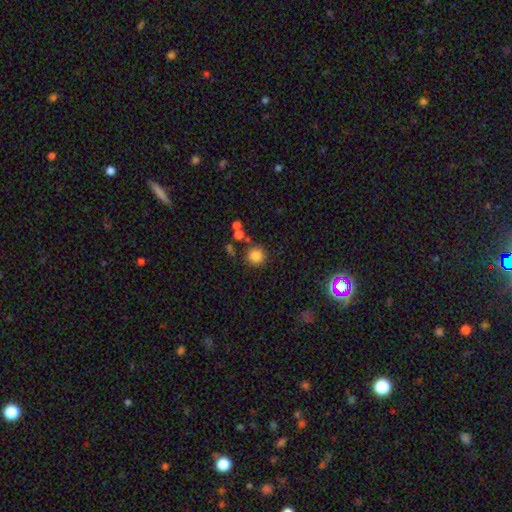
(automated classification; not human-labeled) This appears to be a smooth galaxy with no disk features (84%) that is round (93%). Merging: none (79%).